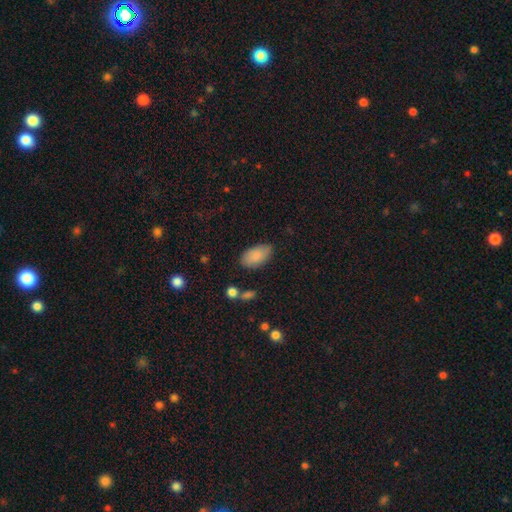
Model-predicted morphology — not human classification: smooth-or-featured: smooth: 86% | featured or disk: 7% | star or artifact: 7%
  how-rounded: in between: 94% | round: 3% | cigar-shaped: 2%
  merging: none: 79% | minor disturbance: 15% | major disturbance: 4% | merger: 2%